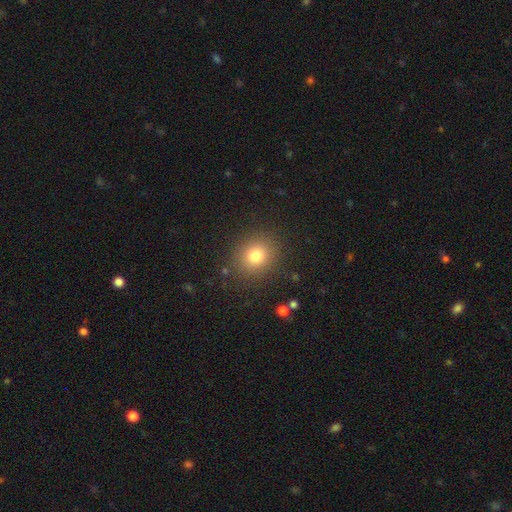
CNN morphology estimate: smooth-or-featured: smooth: 79% | star or artifact: 13% | featured or disk: 8%
  how-rounded: round: 76% | in between: 23% | cigar-shaped: 1%
  merging: none: 87% | minor disturbance: 8% | major disturbance: 3% | merger: 2%